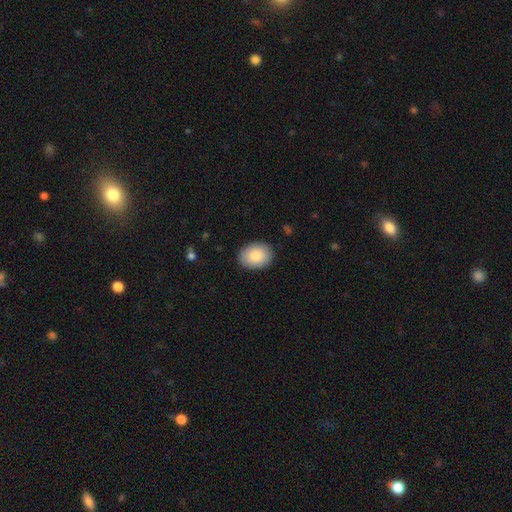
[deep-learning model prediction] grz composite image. It shows a smooth galaxy with no disk features (86%) that is in between round and cigar-shaped (74%). Merging: none (88%).